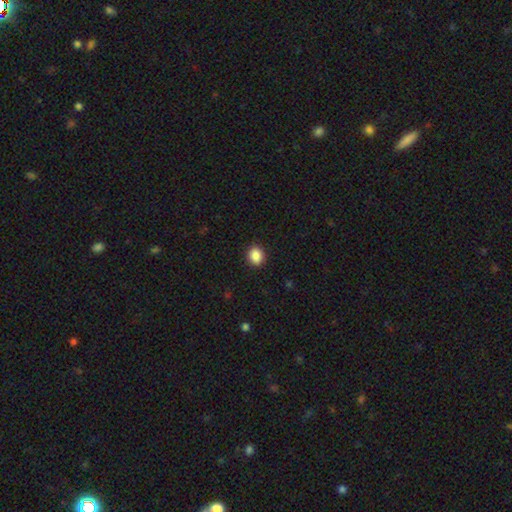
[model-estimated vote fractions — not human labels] Smooth or featured? smooth (88%)
How rounded? round (62%)
Merging? none (91%)